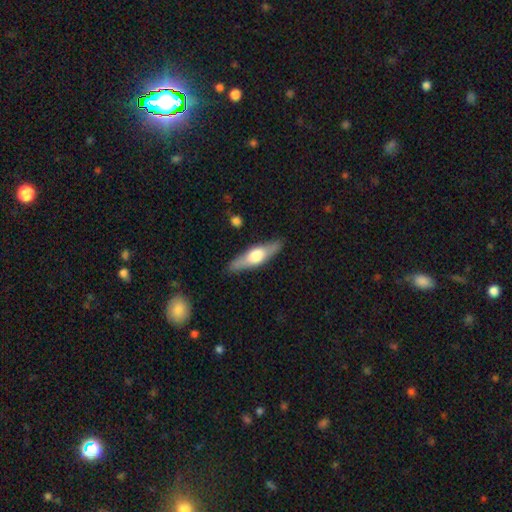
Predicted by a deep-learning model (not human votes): This appears to be a featured or disk galaxy (56%) viewed edge-on (92%) with a rounded central bulge (92%). Merging: none (87%).